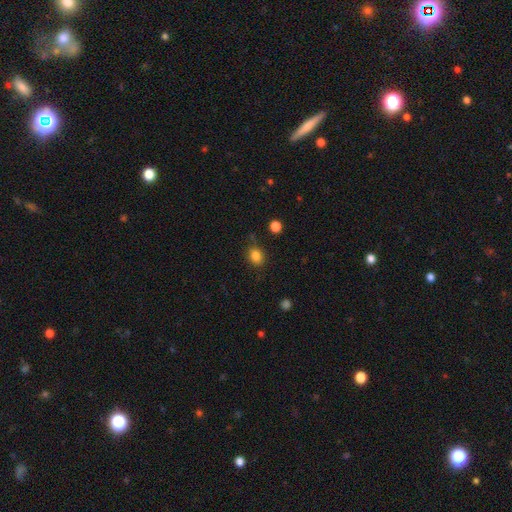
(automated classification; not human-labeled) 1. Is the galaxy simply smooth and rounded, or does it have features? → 84% smooth, 11% star or artifact, 5% featured or disk.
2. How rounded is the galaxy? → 59% round, 41% in between, 1% cigar-shaped.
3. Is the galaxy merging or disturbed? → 79% none, 14% minor disturbance, 4% major disturbance, 3% merger.